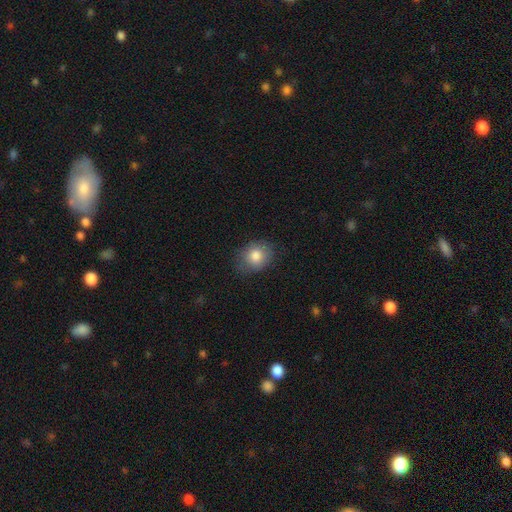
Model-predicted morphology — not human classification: Smooth or featured?
  - smooth: 82% *
  - featured or disk: 10%
  - star or artifact: 9%
How rounded?
  - round: 55% *
  - in between: 44%
  - cigar-shaped: 1%
Merging?
  - none: 75% *
  - minor disturbance: 19%
  - major disturbance: 5%
  - merger: 1%